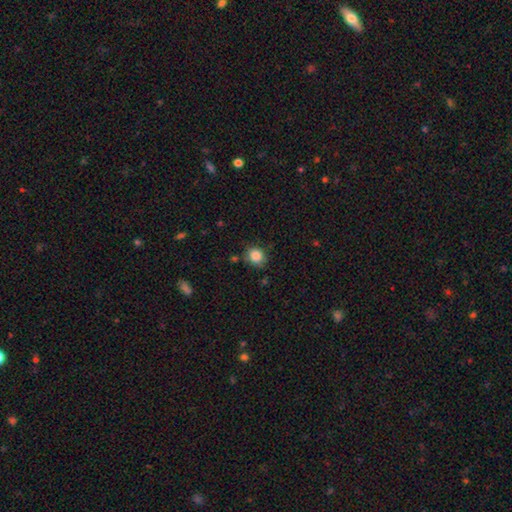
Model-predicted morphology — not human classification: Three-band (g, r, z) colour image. It shows a smooth galaxy with no disk features (86%) that is round (72%). Merging: none (78%).